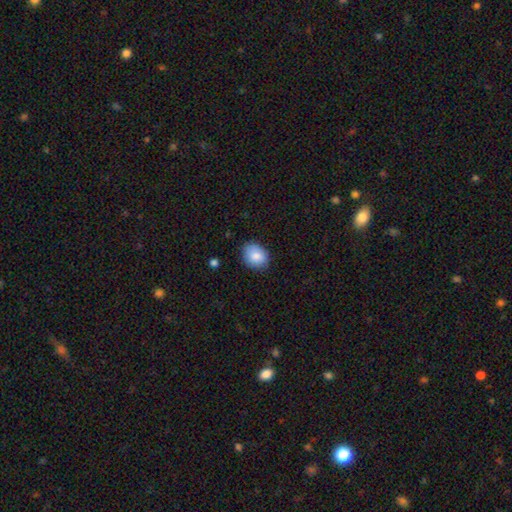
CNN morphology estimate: smooth_or_featured: smooth (p=0.86) [alt: star or artifact p=0.08]
how_rounded: in between (p=0.58) [alt: round p=0.41]
merging: none (p=0.82) [alt: minor disturbance p=0.14]